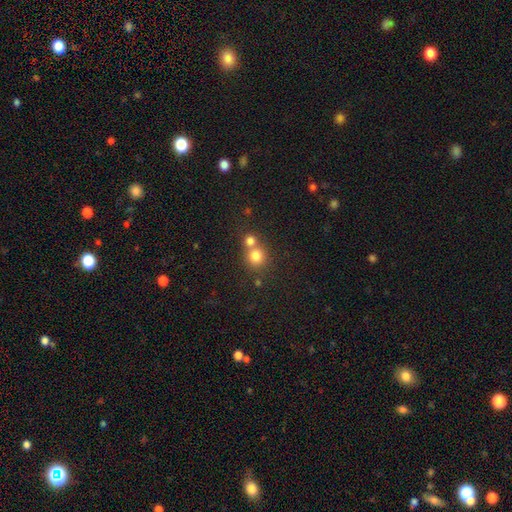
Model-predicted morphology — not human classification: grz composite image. It shows a smooth galaxy with no disk features (78%) that is round (89%). Merging: none (48%).